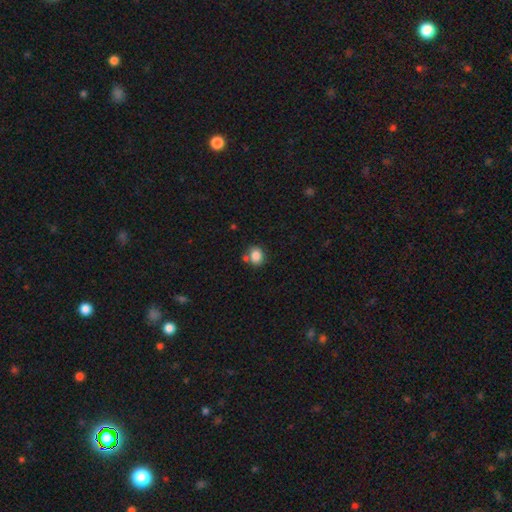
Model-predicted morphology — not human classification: smooth-or-featured: smooth: 84% | star or artifact: 10% | featured or disk: 6%
  how-rounded: round: 57% | in between: 42% | cigar-shaped: 1%
  merging: none: 64% | merger: 18% | minor disturbance: 14% | major disturbance: 4%